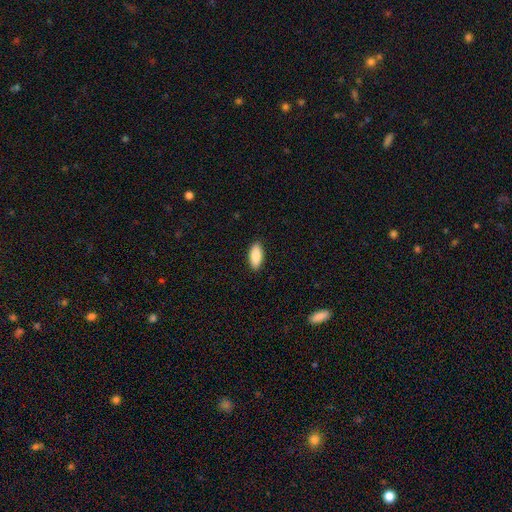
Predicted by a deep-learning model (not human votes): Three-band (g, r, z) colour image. It shows a smooth galaxy with no disk features (86%) that is in between round and cigar-shaped (85%). Merging: none (90%).